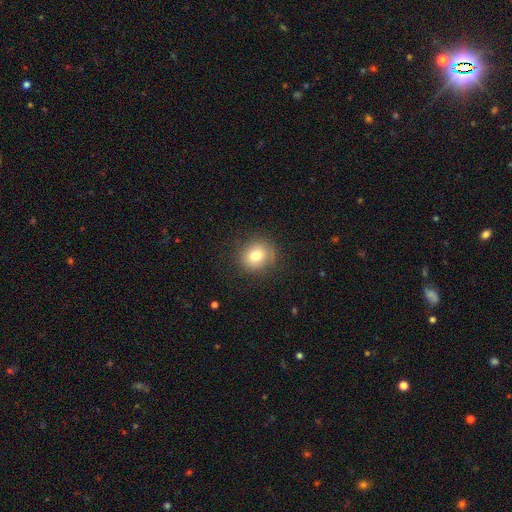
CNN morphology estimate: Smooth or featured?
  - smooth: 78% *
  - featured or disk: 11%
  - star or artifact: 11%
How rounded?
  - round: 76% *
  - in between: 23%
  - cigar-shaped: 1%
Merging?
  - none: 83% *
  - minor disturbance: 12%
  - major disturbance: 4%
  - merger: 1%